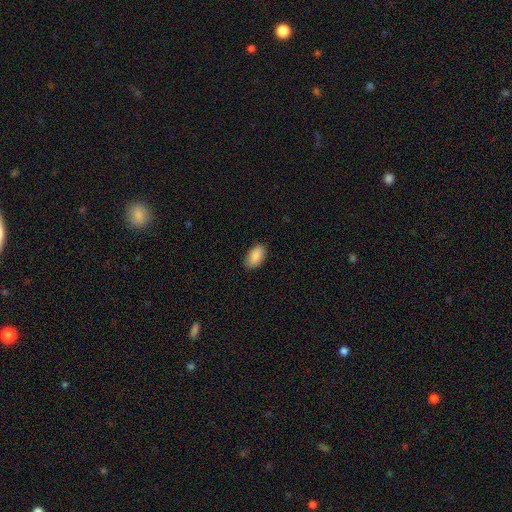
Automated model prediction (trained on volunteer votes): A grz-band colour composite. It shows a smooth galaxy with no disk features (88%) that is in between round and cigar-shaped (94%). Merging: none (85%).